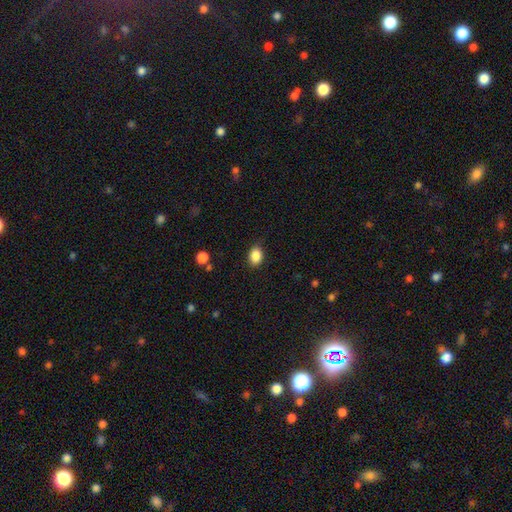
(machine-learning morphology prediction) The model was most divided on "how rounded": in between: 72%, round: 27%, cigar-shaped: 1%. More confident: smooth or featured — smooth (88%); merging — none (83%).